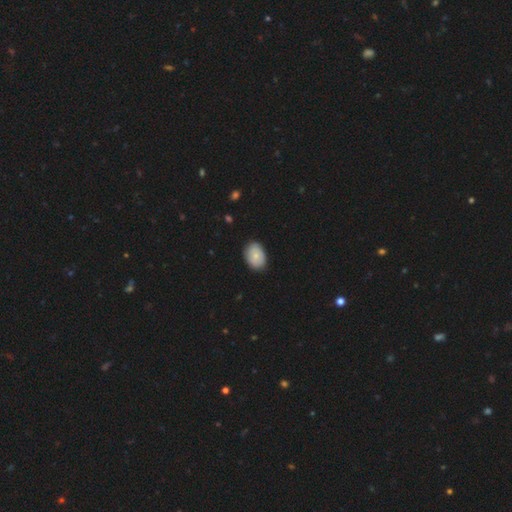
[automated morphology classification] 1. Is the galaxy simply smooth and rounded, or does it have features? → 78% smooth, 15% featured or disk, 6% star or artifact.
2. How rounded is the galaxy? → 78% in between, 21% round, 1% cigar-shaped.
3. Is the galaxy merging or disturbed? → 85% none, 12% minor disturbance, 2% major disturbance, 1% merger.